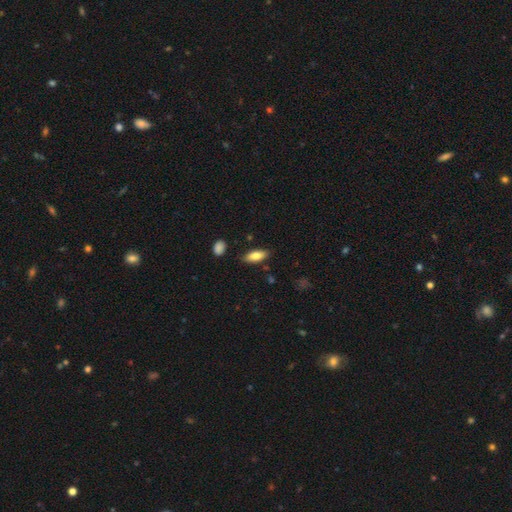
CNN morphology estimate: smooth 79%, featured or disk 14%, star or artifact 6%. Down the decision tree: how rounded — in between (77%); merging — none (84%).